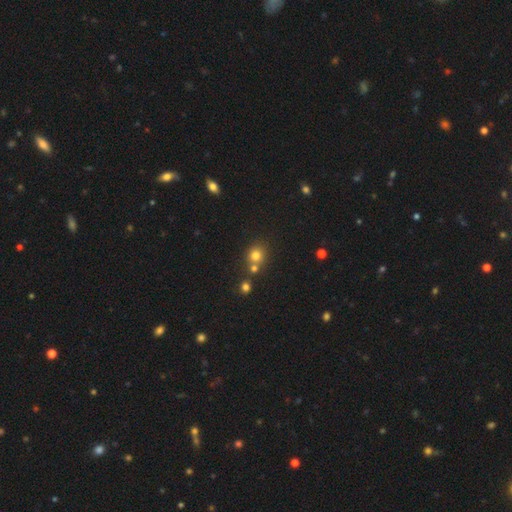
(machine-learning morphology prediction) This is likely a smooth galaxy (76%). How rounded: clearly round (85%). Merging: possibly none (59%).